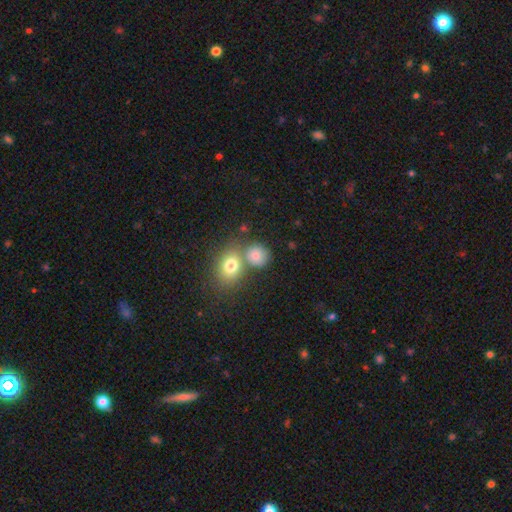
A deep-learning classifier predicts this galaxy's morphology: Smooth or featured: smooth — 80% (star or artifact — 11%)
How rounded: round — 74% (in between — 25%)
Merging: none — 54% (merger — 32%)